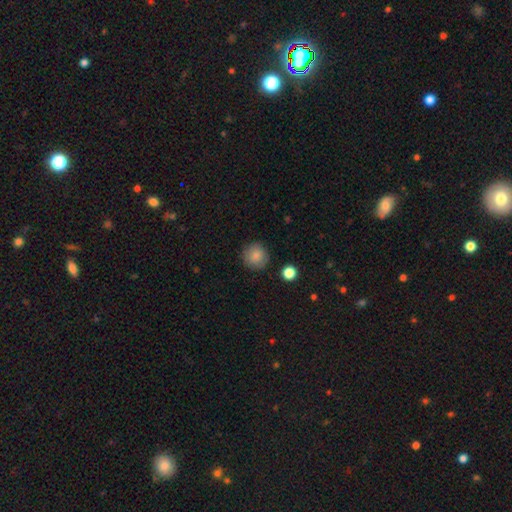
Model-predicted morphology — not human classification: type=smooth (86%); roundness=round (93%); merging=none (88%).